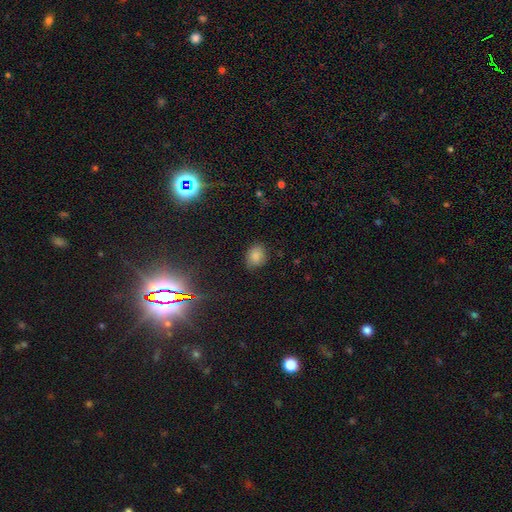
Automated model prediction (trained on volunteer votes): The model was most divided on "how rounded": round: 50%, in between: 48%, cigar-shaped: 1%. More confident: smooth or featured — smooth (82%); merging — none (81%).